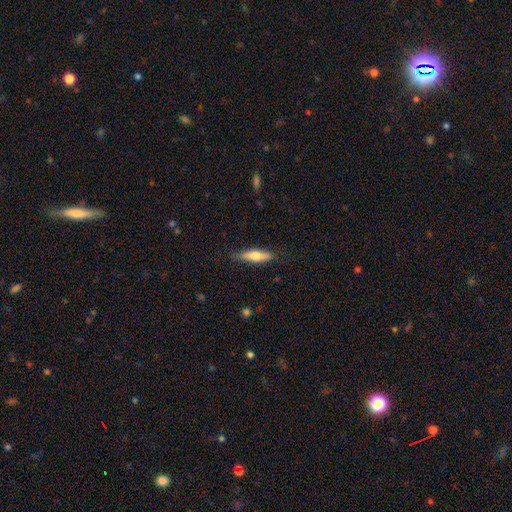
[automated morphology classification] Smooth or featured: smooth — 61% (featured or disk — 33%)
How rounded: cigar-shaped — 64% (in between — 34%)
Merging: none — 82% (minor disturbance — 14%)